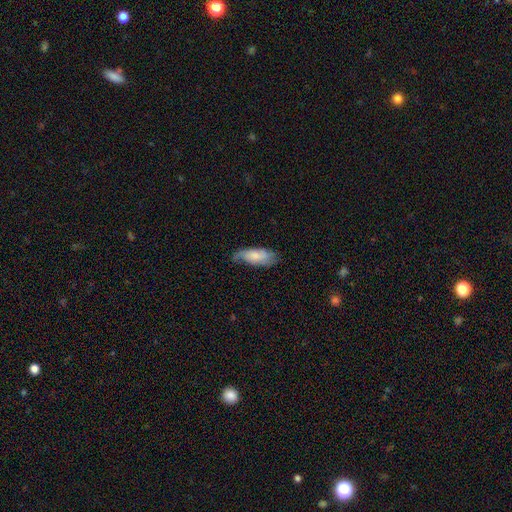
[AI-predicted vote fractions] This appears to be a smooth galaxy with no disk features (53%) that is in between round and cigar-shaped (74%). Merging: none (59%).